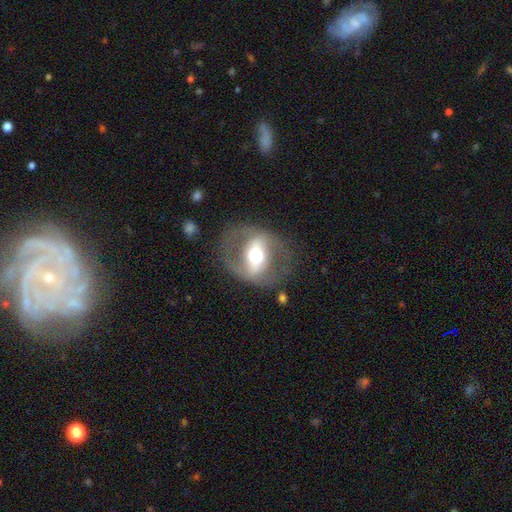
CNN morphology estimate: The model was most divided on "spiral arms": no: 56%, yes: 44%. More confident: edge-on disk — no (89%); merging — none (74%); smooth or featured — featured or disk (73%); bar — strong (63%); bulge size — moderate (59%).